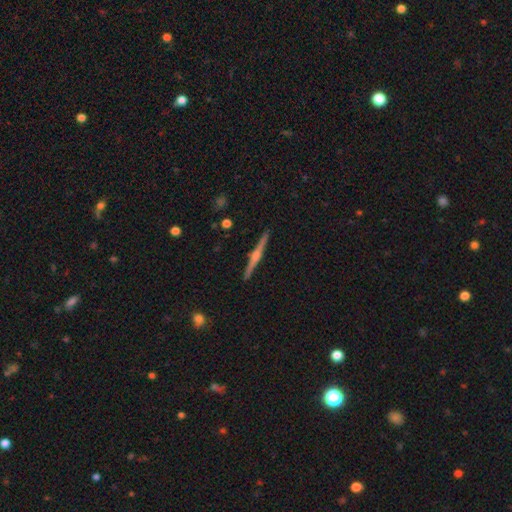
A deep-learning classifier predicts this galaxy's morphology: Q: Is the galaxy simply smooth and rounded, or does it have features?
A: featured or disk — 82%.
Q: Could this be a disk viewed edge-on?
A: yes — 99%.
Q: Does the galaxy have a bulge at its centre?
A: rounded — 90%.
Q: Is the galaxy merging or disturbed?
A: none — 93%.